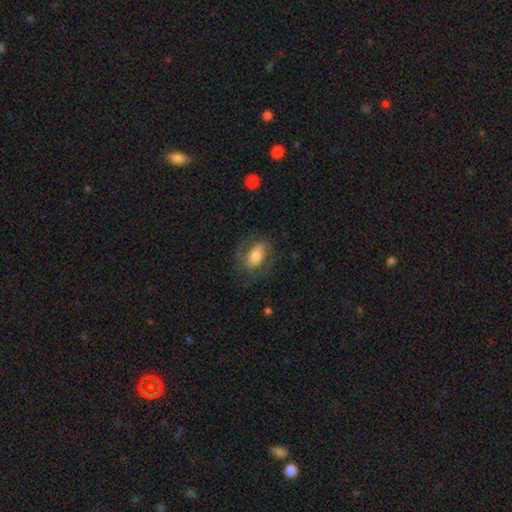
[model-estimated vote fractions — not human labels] Smooth or featured? featured or disk (54%)
Edge-on disk? no (95%)
Bar? no (37%)
Spiral arms? yes (78%)
Bulge size? moderate (57%)
Merging? none (67%)